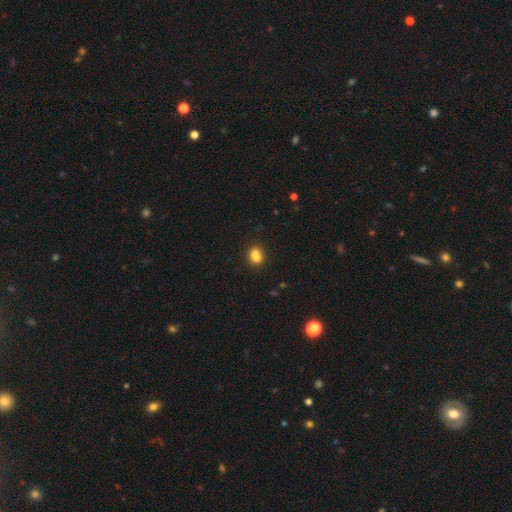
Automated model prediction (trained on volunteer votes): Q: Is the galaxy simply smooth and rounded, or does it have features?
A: smooth — 79%.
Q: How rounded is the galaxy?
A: in between — 56%.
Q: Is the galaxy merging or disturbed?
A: none — 51%.